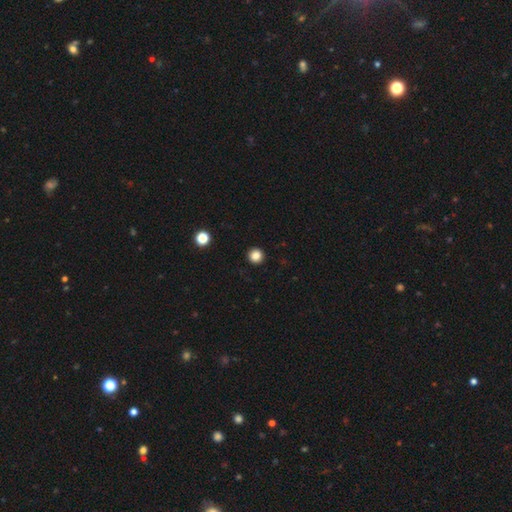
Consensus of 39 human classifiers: smooth 90%, star or artifact 8%, featured or disk 3%. Down the decision tree: how rounded — round (94%); merging — none (97%).